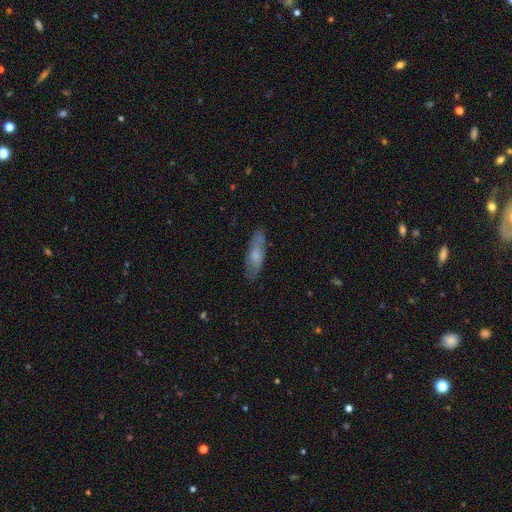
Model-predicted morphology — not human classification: Smooth or featured: smooth — 65% (featured or disk — 29%)
How rounded: cigar-shaped — 50% (in between — 48%)
Merging: none — 76% (minor disturbance — 18%)